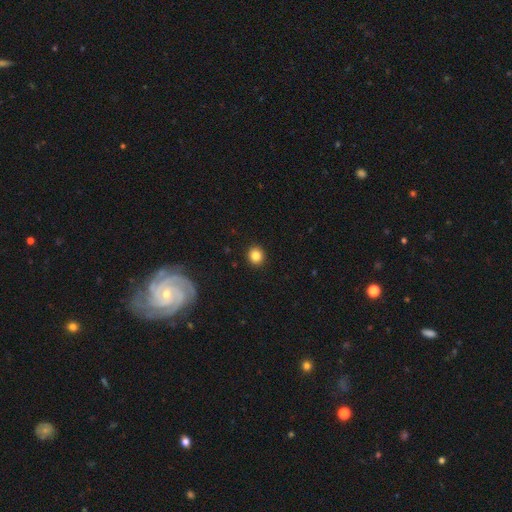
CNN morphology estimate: A smooth galaxy with no disk features (84%) that is round (89%). Merging: none (93%).